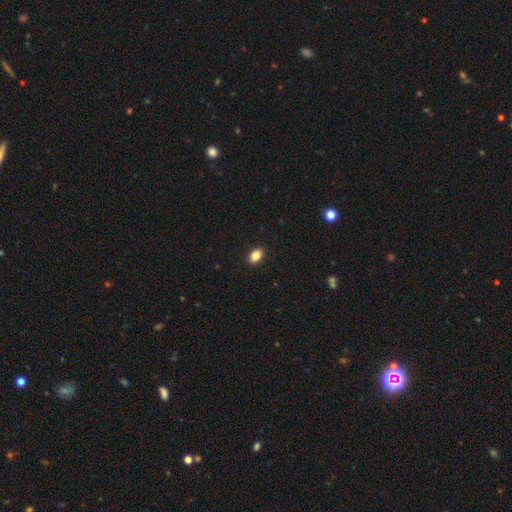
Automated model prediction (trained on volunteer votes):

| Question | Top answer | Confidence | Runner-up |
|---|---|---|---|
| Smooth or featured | smooth | 85% | star or artifact (9%) |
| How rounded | in between | 79% | round (19%) |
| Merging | none | 91% | minor disturbance (7%) |